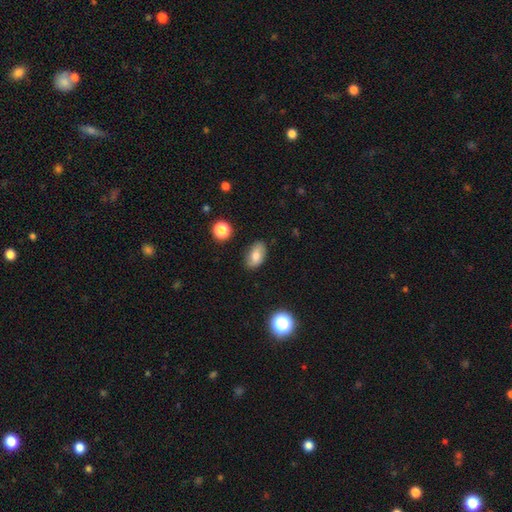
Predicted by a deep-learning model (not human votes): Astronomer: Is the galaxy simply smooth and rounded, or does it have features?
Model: smooth — 75%.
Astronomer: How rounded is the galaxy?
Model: in between — 90%.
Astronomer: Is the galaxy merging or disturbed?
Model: none — 81%.